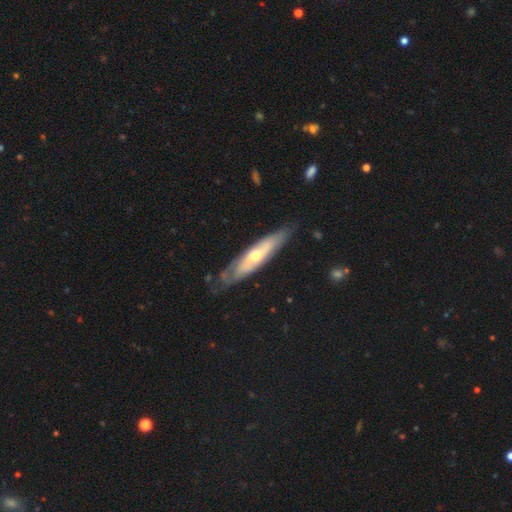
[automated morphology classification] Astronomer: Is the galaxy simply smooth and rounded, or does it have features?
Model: featured or disk — 65%.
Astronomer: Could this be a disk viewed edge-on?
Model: no — 51% (runner-up: yes, 49%).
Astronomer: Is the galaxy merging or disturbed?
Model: none — 73%.